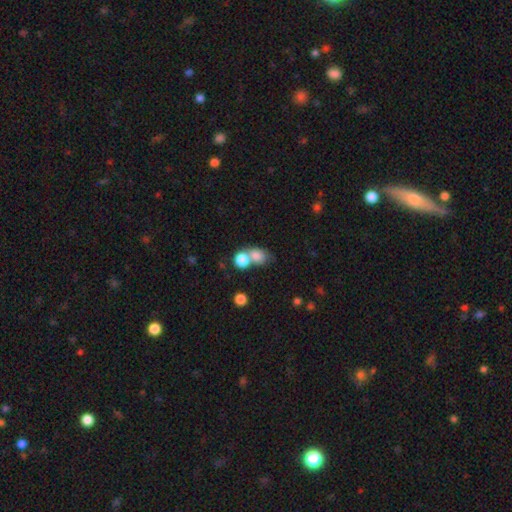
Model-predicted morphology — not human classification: type=smooth (79%); roundness=in between (52%); merging=merger (47%).